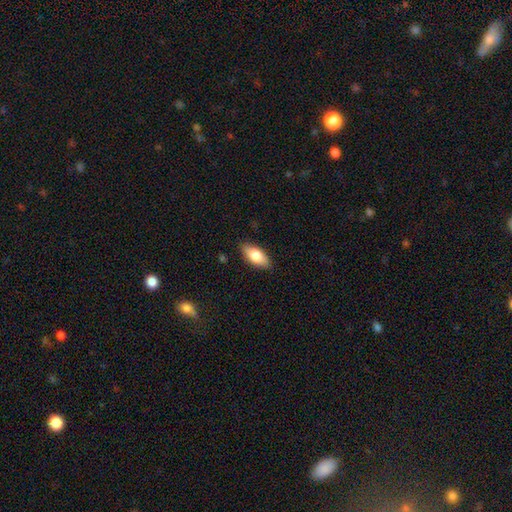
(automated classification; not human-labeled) Smooth or featured? smooth (76%)
How rounded? in between (87%)
Merging? none (86%)